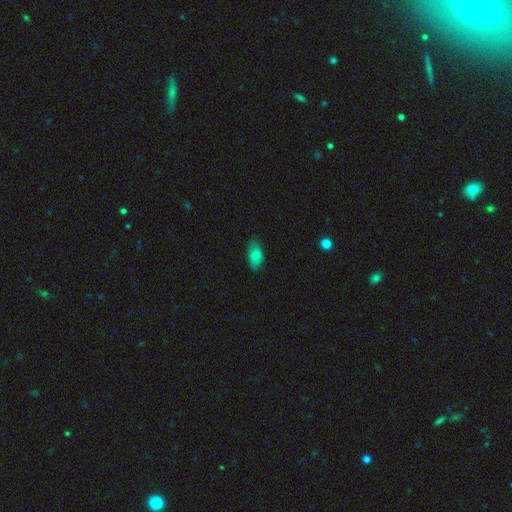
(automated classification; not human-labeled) Smooth or featured?
  - smooth: 79% *
  - featured or disk: 13%
  - star or artifact: 8%
How rounded?
  - in between: 90% *
  - cigar-shaped: 5%
  - round: 5%
Merging?
  - none: 75% *
  - minor disturbance: 21%
  - major disturbance: 4%
  - merger: 1%